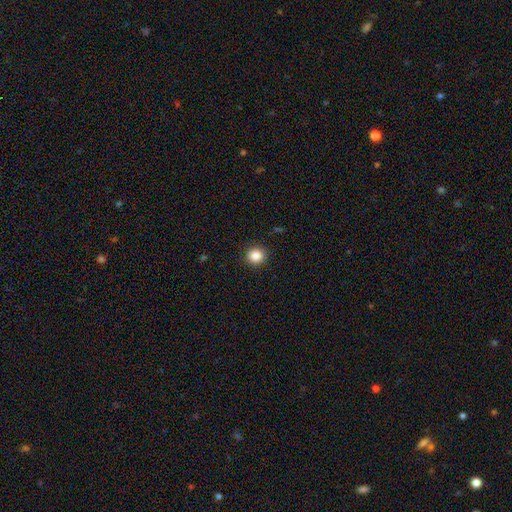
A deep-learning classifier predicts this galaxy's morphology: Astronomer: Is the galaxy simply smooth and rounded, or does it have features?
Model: smooth — 86%.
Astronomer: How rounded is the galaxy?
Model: round — 90%.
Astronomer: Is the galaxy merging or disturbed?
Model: none — 91%.